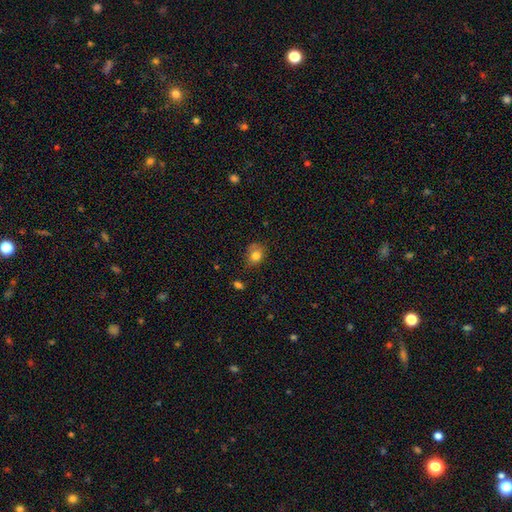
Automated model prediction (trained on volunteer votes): Morphology: type=smooth (80%); roundness=round (53%); merging=none (64%).